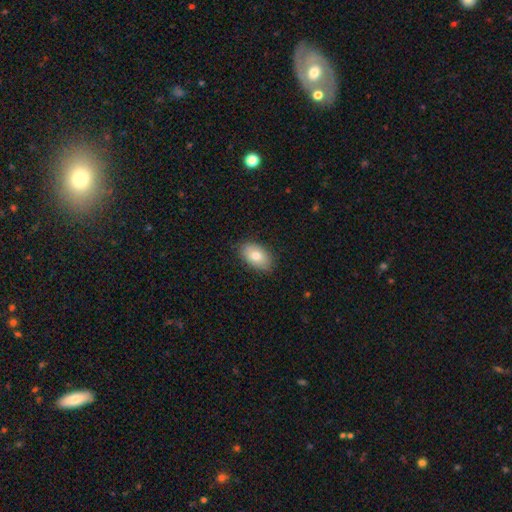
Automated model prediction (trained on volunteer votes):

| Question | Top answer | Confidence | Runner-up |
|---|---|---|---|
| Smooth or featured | smooth | 79% | featured or disk (14%) |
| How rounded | in between | 91% | round (8%) |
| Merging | none | 85% | minor disturbance (12%) |